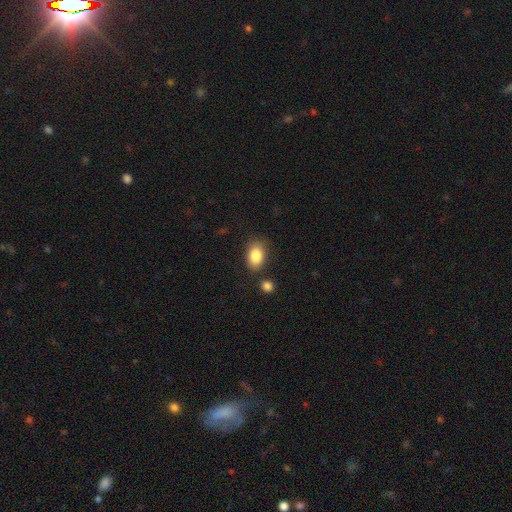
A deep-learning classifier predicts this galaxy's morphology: A smooth galaxy with no disk features (85%) that is in between round and cigar-shaped (85%). Merging: none (74%).